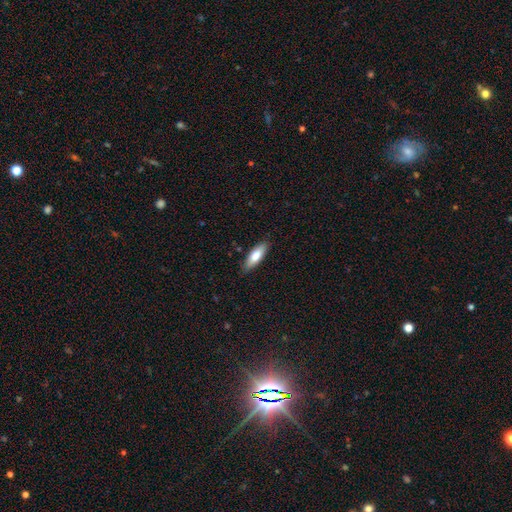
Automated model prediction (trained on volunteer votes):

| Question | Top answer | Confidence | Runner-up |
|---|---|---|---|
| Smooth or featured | smooth | 77% | featured or disk (17%) |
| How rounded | in between | 54% | cigar-shaped (45%) |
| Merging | none | 85% | minor disturbance (11%) |